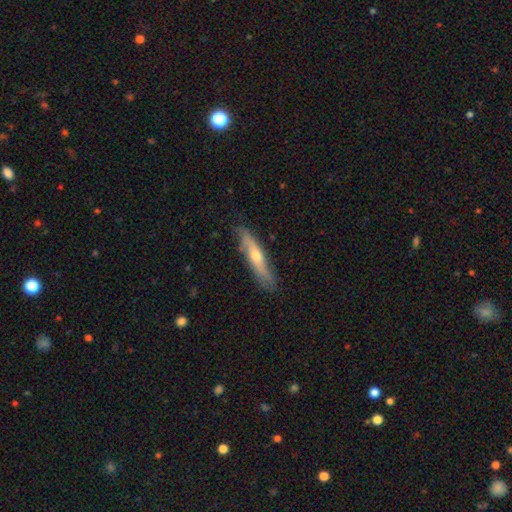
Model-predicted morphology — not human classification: Smooth or featured? featured or disk (54%)
Edge-on disk? yes (63%)
Merging? none (77%)